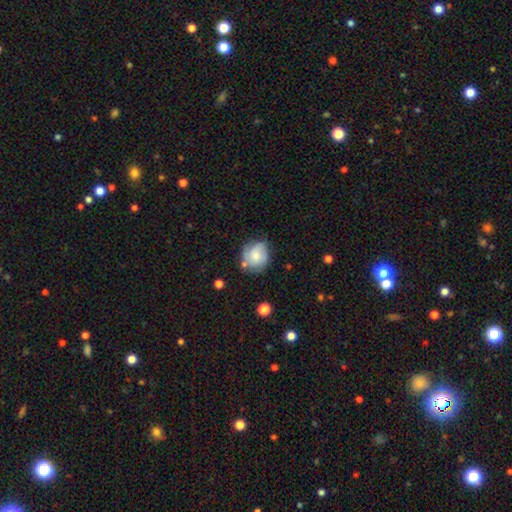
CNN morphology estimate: Smooth or featured?
  - smooth: 60% *
  - featured or disk: 32%
  - star or artifact: 8%
How rounded?
  - round: 77% *
  - in between: 23%
  - cigar-shaped: 1%
Merging?
  - none: 60% *
  - minor disturbance: 27%
  - major disturbance: 8%
  - merger: 5%